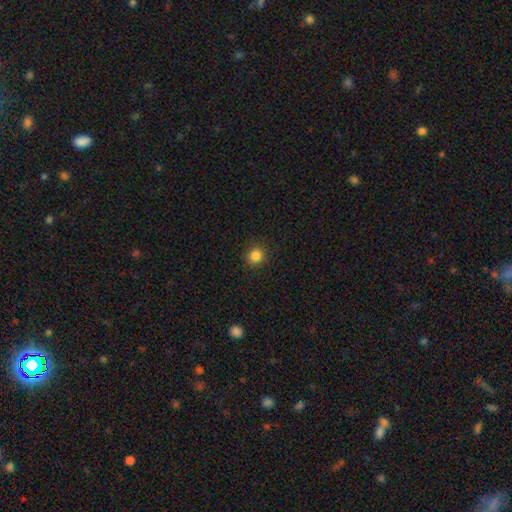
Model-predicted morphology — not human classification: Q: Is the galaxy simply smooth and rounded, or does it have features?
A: smooth — 84%.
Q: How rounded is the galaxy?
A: round — 92%.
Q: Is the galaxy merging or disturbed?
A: none — 91%.